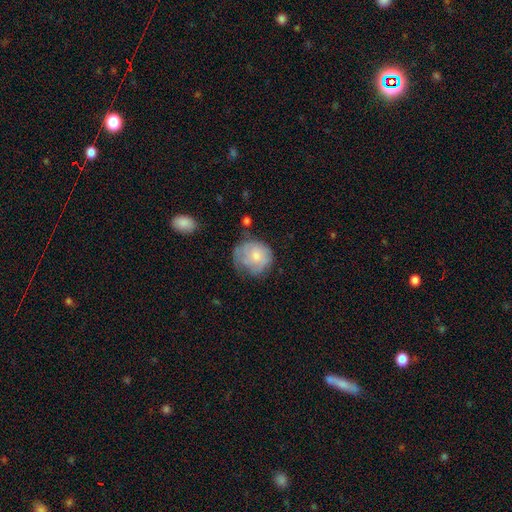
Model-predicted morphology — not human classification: Smooth or featured? Predicted: smooth (p=0.61). How rounded? Predicted: round (p=0.79). Merging? Predicted: none (p=0.52).